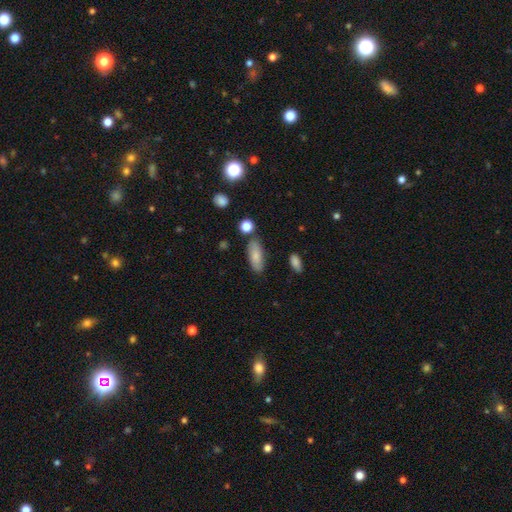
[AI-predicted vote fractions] Smooth or featured?
  - smooth: 79% *
  - featured or disk: 14%
  - star or artifact: 7%
How rounded?
  - in between: 75% *
  - cigar-shaped: 22%
  - round: 3%
Merging?
  - none: 77% *
  - minor disturbance: 14%
  - merger: 5%
  - major disturbance: 3%